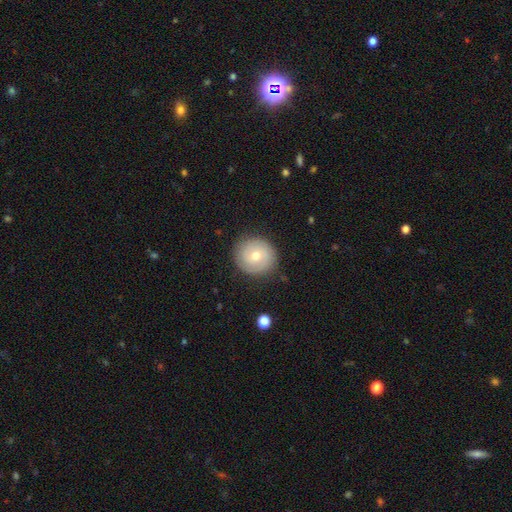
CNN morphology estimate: The model was most divided on "smooth or featured": featured or disk: 49%, smooth: 42%, star or artifact: 9%. More confident: merging — none (86%).